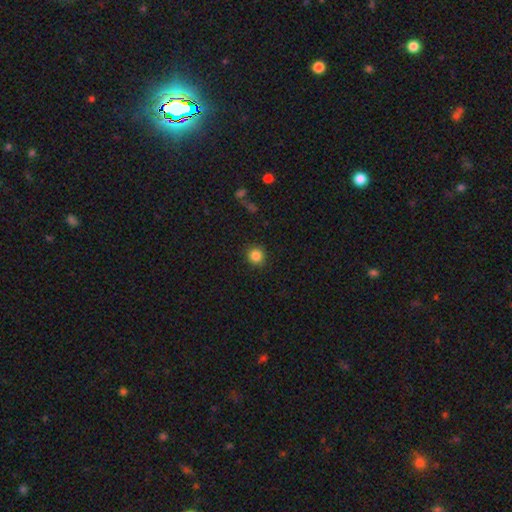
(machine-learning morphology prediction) smooth 85%, star or artifact 11%, featured or disk 4%. Down the decision tree: how rounded — round (92%); merging — none (91%).